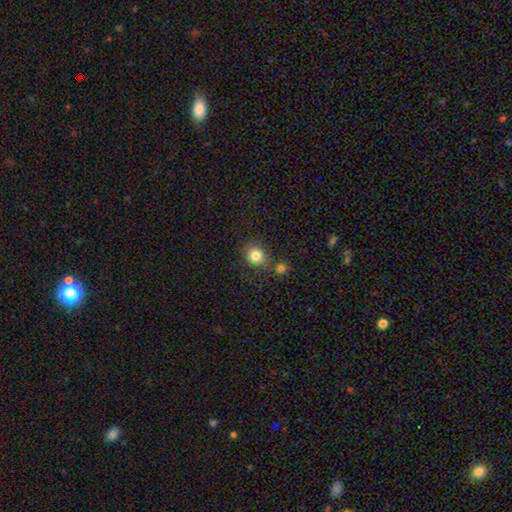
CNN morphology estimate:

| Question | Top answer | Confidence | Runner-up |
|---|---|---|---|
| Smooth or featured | smooth | 83% | star or artifact (11%) |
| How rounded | round | 85% | in between (14%) |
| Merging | none | 72% | merger (13%) |